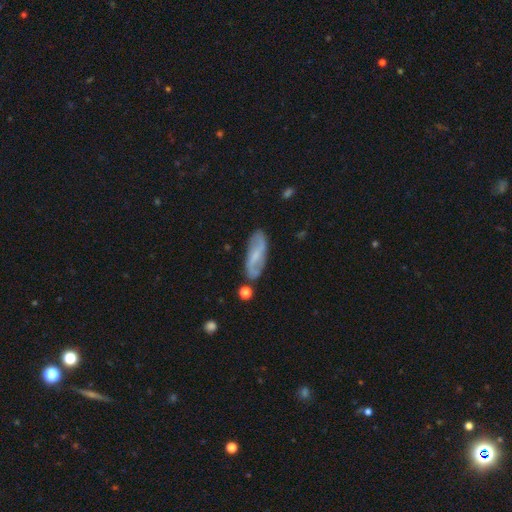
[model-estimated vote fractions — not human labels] The model was most divided on "bar": weak: 47%, no: 27%, strong: 26%. More confident: edge-on disk — no (88%); spiral arms — yes (88%); merging — none (80%); smooth or featured — featured or disk (63%); bulge size — small (55%).